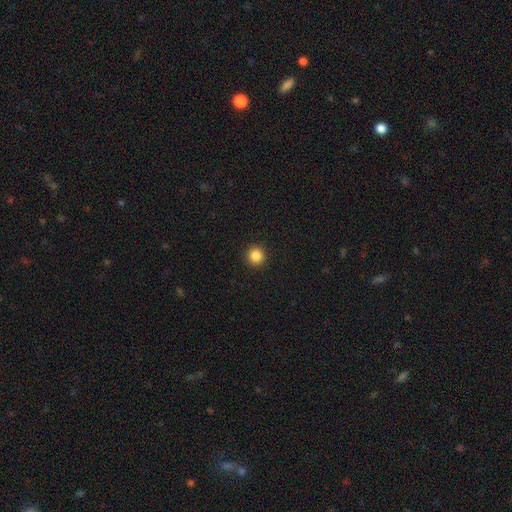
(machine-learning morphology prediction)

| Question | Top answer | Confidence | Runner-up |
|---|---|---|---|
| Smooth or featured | smooth | 86% | star or artifact (11%) |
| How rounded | round | 95% | in between (4%) |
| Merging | none | 93% | minor disturbance (4%) |